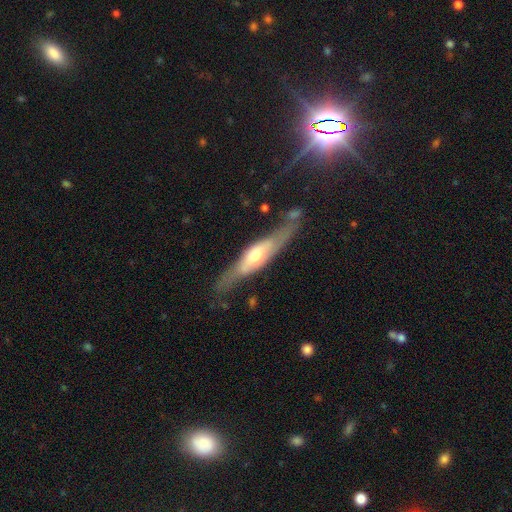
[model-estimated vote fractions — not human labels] Smooth or featured: featured or disk — 63% (smooth — 31%)
Edge-on disk: yes — 70% (no — 30%)
Merging: none — 68% (minor disturbance — 20%)